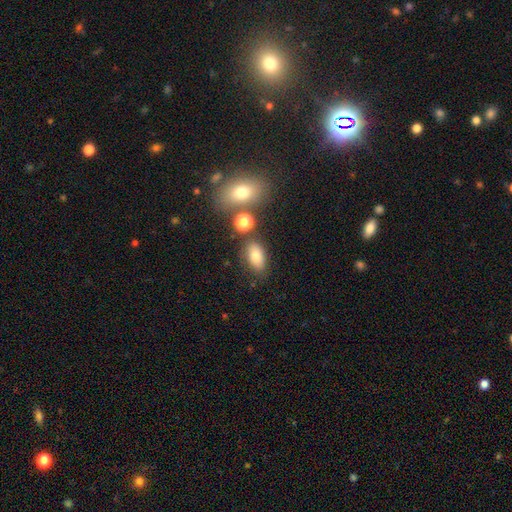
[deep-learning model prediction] smooth 77%, featured or disk 12%, star or artifact 11%. Down the decision tree: how rounded — in between (87%); merging — none (71%).